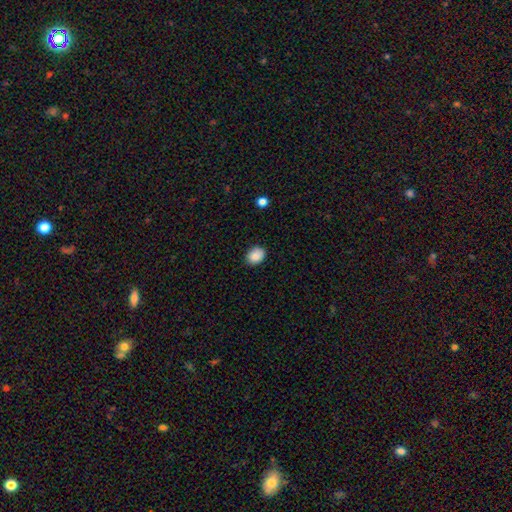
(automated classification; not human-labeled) Smooth or featured: smooth — 88% (star or artifact — 8%)
How rounded: in between — 59% (round — 40%)
Merging: none — 84% (minor disturbance — 12%)